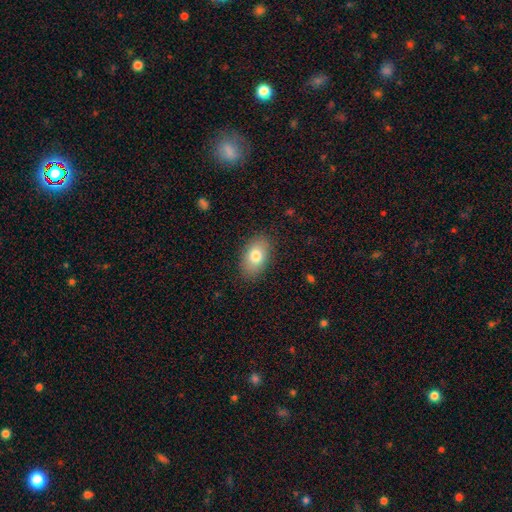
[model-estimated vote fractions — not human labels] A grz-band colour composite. It shows a smooth galaxy with no disk features (79%) that is in between round and cigar-shaped (90%). Merging: none (85%).